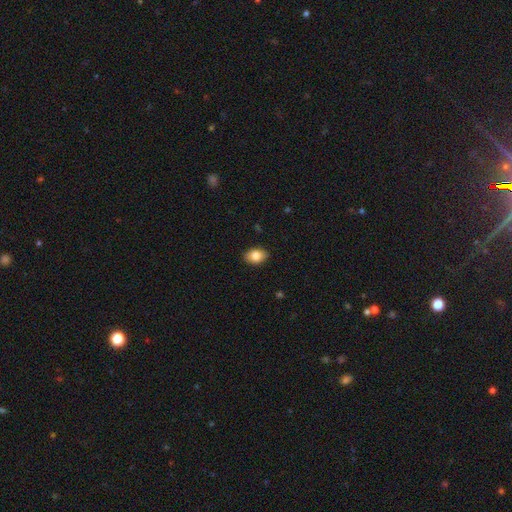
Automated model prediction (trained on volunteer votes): The model was most divided on "how rounded": in between: 82%, round: 17%, cigar-shaped: 1%. More confident: merging — none (89%); smooth or featured — smooth (83%).